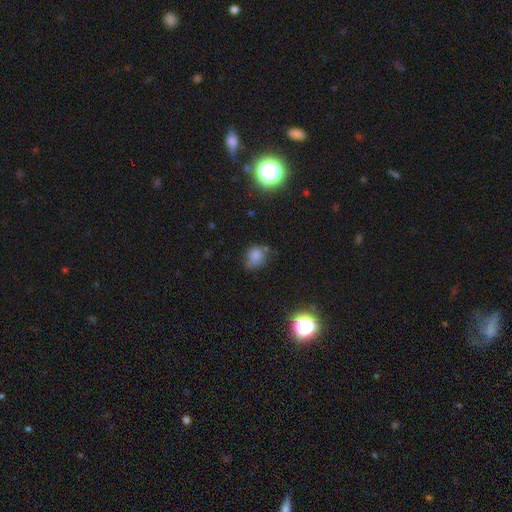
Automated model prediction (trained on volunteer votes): Q: Smooth or featured?
A: smooth (74%); runner-up: star or artifact (16%)
Q: How rounded?
A: round (64%); runner-up: in between (34%)
Q: Merging?
A: none (49%); runner-up: minor disturbance (31%)